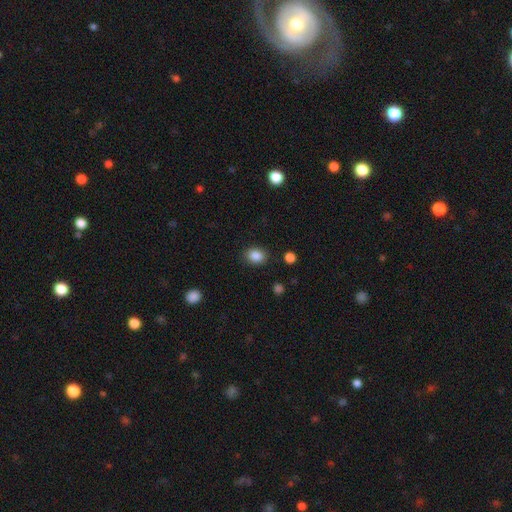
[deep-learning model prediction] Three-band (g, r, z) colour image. It shows a smooth galaxy with no disk features (86%) that is in between round and cigar-shaped (59%). Merging: none (87%).